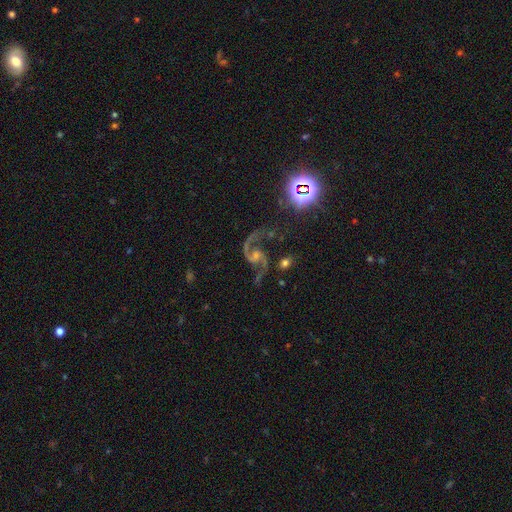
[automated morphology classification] smooth-or-featured: featured or disk: 88% | star or artifact: 9% | smooth: 3%
  disk-edge-on: no: 98% | yes: 2%
    bar: no: 52% | weak: 36% | strong: 12%
    has-spiral-arms: yes: 98% | no: 2%
      spiral-winding: loose: 58% | medium: 36% | tight: 6%
      spiral-arm-count: 2: 94% | 1: 2% | can't tell: 1% | 3: 1% | 4: 1% | more than 4: 1%
    bulge-size: small: 43% | moderate: 39% | none: 11% | large: 5% | dominant: 2%
  merging: none: 69% | minor disturbance: 15% | major disturbance: 12% | merger: 5%